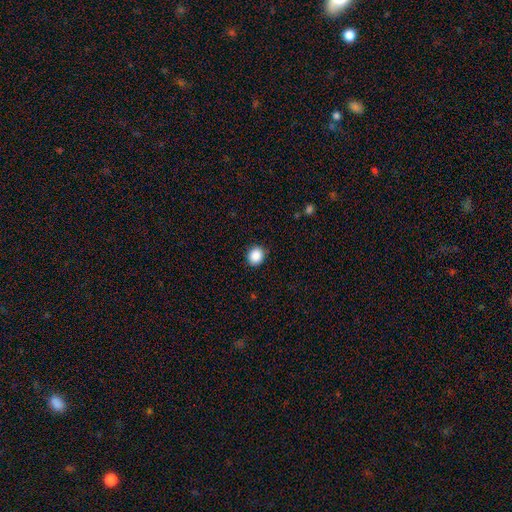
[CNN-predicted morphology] Smooth or featured?
  - smooth: 88% *
  - star or artifact: 9%
  - featured or disk: 3%
How rounded?
  - round: 76% *
  - in between: 24%
  - cigar-shaped: 1%
Merging?
  - none: 90% *
  - minor disturbance: 7%
  - major disturbance: 2%
  - merger: 1%